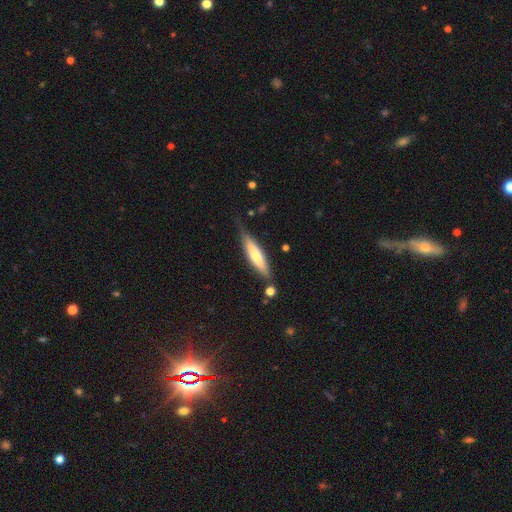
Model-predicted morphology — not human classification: smooth 57%, featured or disk 38%, star or artifact 5%. Down the decision tree: how rounded — cigar-shaped (78%); merging — none (69%).